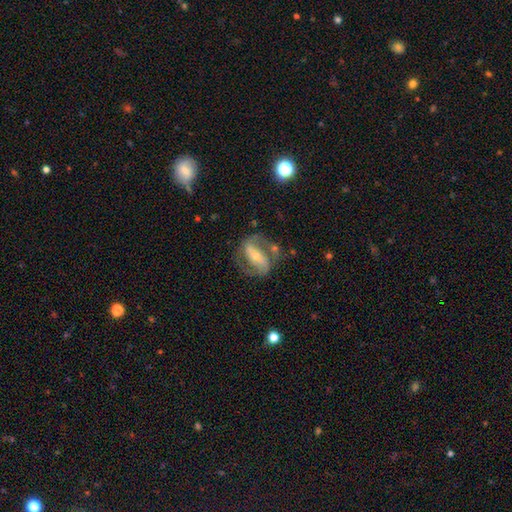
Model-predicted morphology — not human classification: Smooth or featured? featured or disk (83%)
Edge-on disk? no (95%)
Bar? strong (61%)
Spiral arms? yes (89%)
Spiral winding? medium (51%)
Spiral arm count? 2 (89%)
Bulge size? small (50%)
Merging? none (69%)